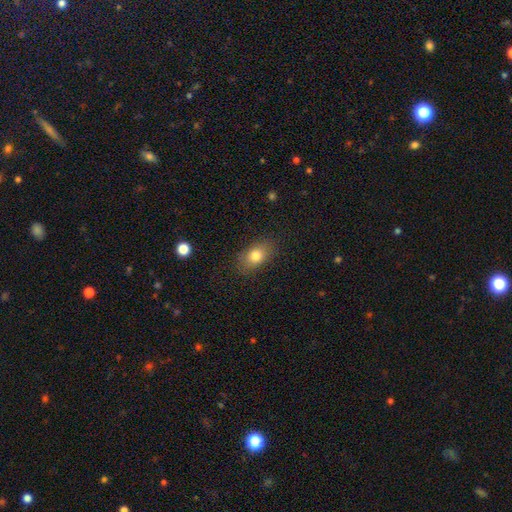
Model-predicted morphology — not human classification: This is likely a smooth galaxy (79%). How rounded: likely in between (78%). Merging: clearly none (84%).